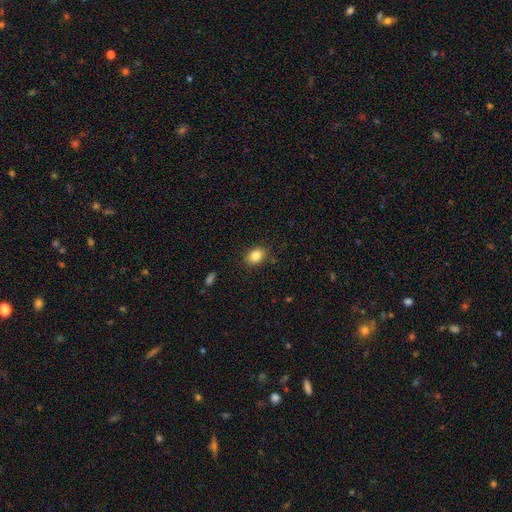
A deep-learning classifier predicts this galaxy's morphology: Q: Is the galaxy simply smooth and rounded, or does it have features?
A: smooth — 85%.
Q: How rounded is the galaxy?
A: in between — 71%.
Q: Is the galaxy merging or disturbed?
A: none — 85%.